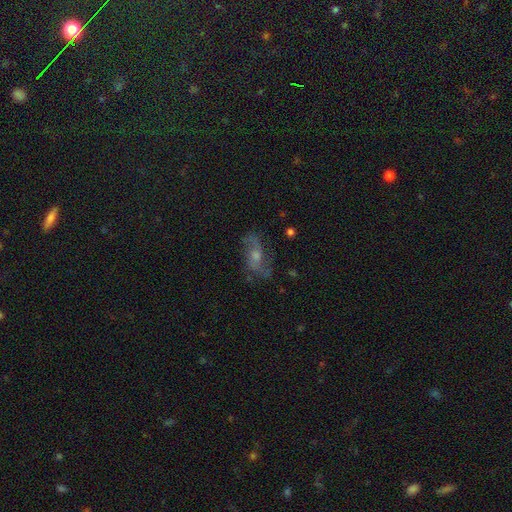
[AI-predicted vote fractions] This is likely a featured or disk galaxy (69%). It is clearly not viewed edge-on (91%). Bar: possibly no (58%). Spiral arm pattern: clearly yes (89%). Spiral arm count: likely 2 (80%). Spiral winding: possibly loose (53%). Central bulge: possibly moderate (52%). Merging: likely none (70%).